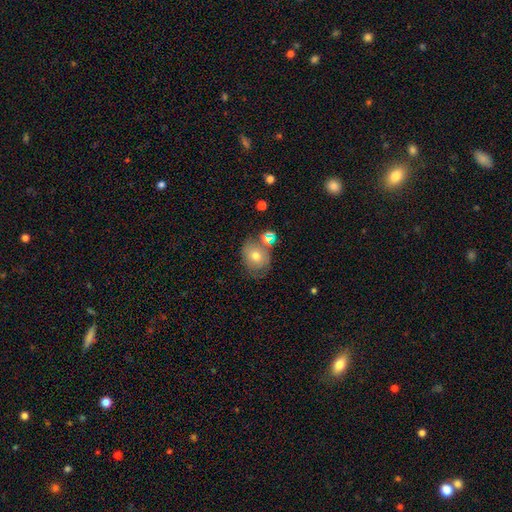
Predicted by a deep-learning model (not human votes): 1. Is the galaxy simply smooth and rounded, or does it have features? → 67% smooth, 22% featured or disk, 11% star or artifact.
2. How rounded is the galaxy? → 51% in between, 48% round, 1% cigar-shaped.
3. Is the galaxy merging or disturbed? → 56% none, 21% minor disturbance, 14% merger, 9% major disturbance.